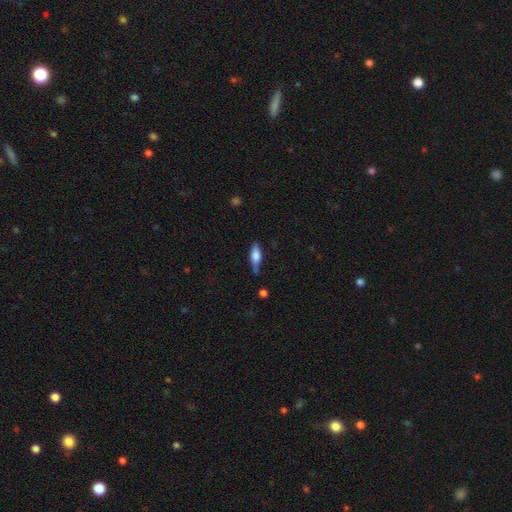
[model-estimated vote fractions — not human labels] Smooth or featured? smooth (66%)
How rounded? in between (66%)
Merging? none (61%)